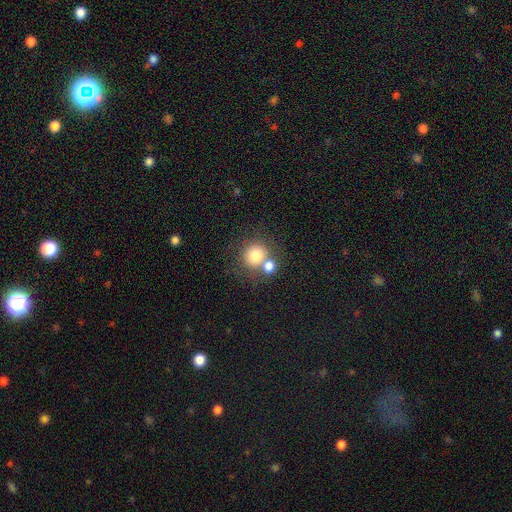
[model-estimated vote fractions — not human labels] Overall: smooth (78%). How rounded: round (88%). Merging: none (52%; merger 37%).